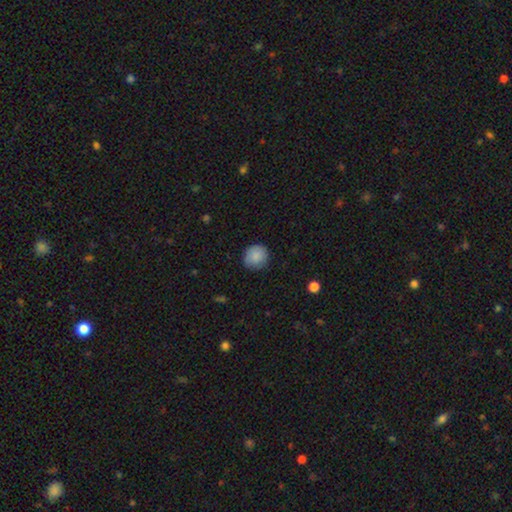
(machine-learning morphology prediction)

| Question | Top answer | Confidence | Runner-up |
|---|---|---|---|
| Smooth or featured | smooth | 87% | star or artifact (7%) |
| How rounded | round | 88% | in between (11%) |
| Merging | none | 84% | minor disturbance (12%) |